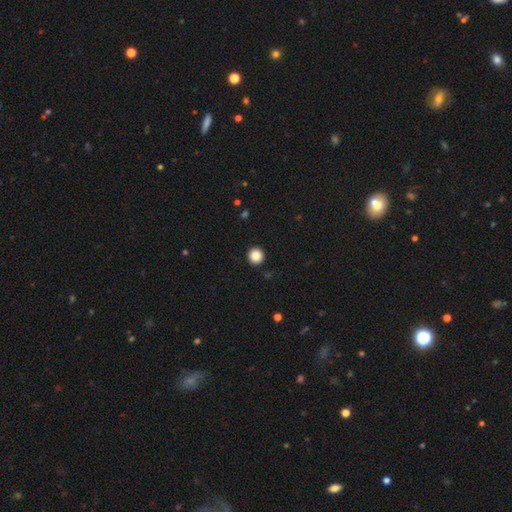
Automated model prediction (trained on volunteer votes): Smooth or featured? Predicted: smooth (p=0.86). How rounded? Predicted: round (p=0.96). Merging? Predicted: none (p=0.93).